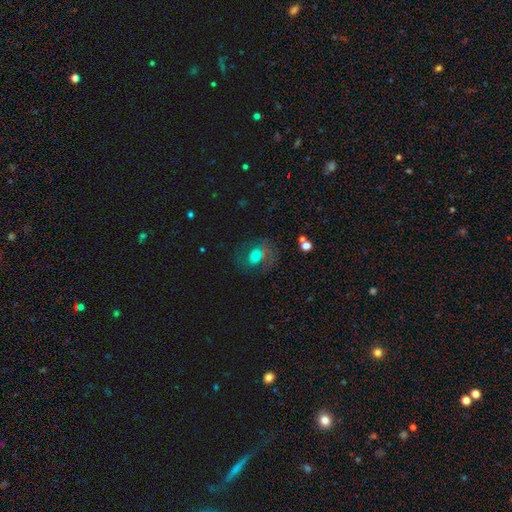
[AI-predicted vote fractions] Overall: featured or disk (44%; smooth 43%). Merging: none (56%; major disturbance 21%).